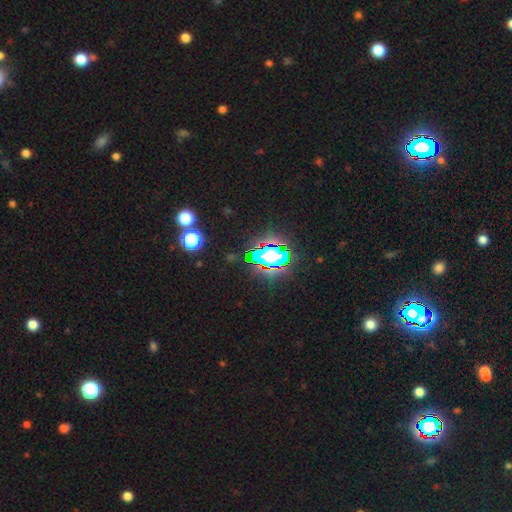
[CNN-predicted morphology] A star or artifact, not a galaxy (81%).

Vote fractions:
- Smooth or featured? star or artifact: 81% / smooth: 12% / featured or disk: 7%